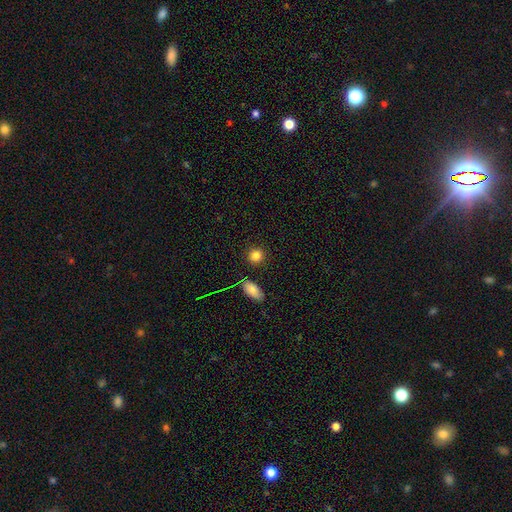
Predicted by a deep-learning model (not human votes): Smooth or featured? Predicted: smooth (p=0.83). How rounded? Predicted: round (p=0.85). Merging? Predicted: none (p=0.87).